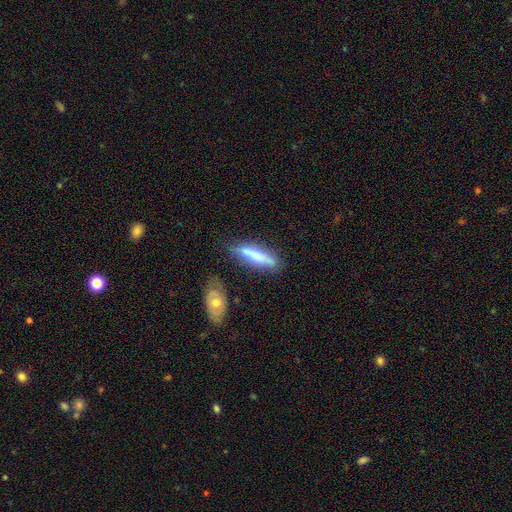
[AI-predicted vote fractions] Smooth or featured? smooth (55%)
How rounded? cigar-shaped (80%)
Merging? none (71%)